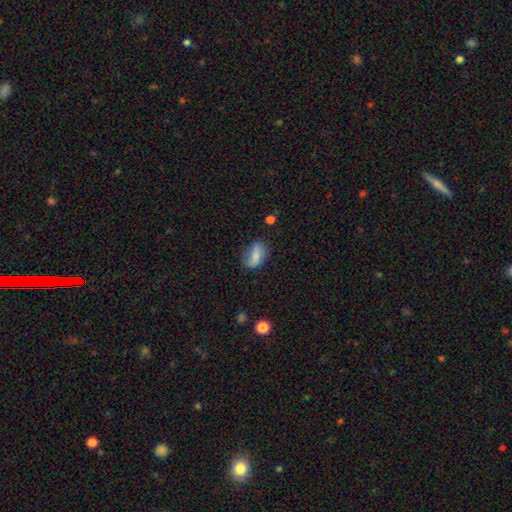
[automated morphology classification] Smooth or featured: smooth — 76% (featured or disk — 16%)
How rounded: in between — 85% (round — 8%)
Merging: none — 62% (minor disturbance — 27%)